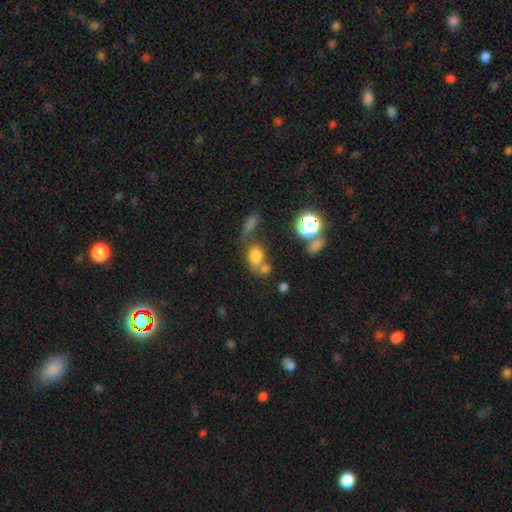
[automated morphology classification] Q: Smooth or featured?
A: smooth (74%); runner-up: star or artifact (16%)
Q: How rounded?
A: in between (64%); runner-up: round (34%)
Q: Merging?
A: none (41%); runner-up: merger (37%)